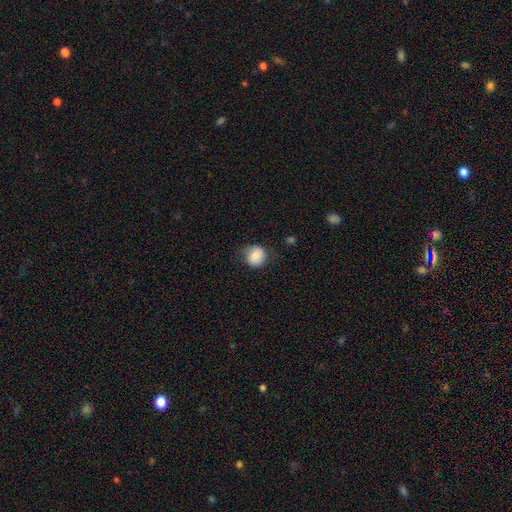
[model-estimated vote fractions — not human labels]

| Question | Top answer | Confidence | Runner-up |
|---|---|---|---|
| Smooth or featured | smooth | 80% | featured or disk (12%) |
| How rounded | round | 79% | in between (20%) |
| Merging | none | 69% | minor disturbance (22%) |